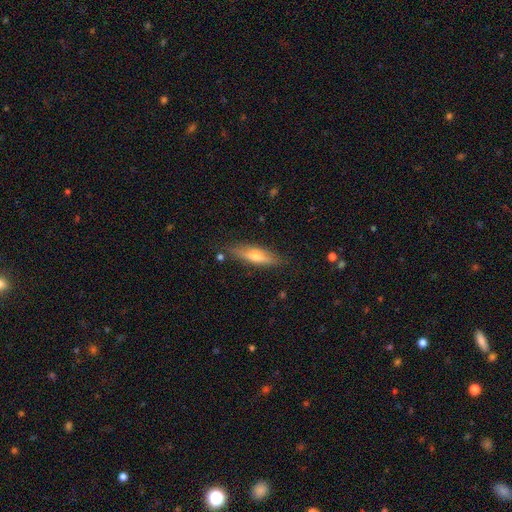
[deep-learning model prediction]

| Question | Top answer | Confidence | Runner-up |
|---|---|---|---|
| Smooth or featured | smooth | 49% | featured or disk (45%) |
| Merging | none | 83% | minor disturbance (13%) |